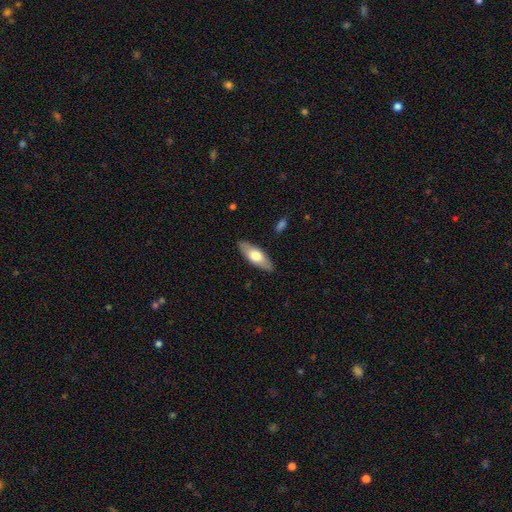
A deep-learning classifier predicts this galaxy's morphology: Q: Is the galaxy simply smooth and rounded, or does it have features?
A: smooth — 66%.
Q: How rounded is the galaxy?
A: in between — 73%.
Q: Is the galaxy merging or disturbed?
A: none — 87%.